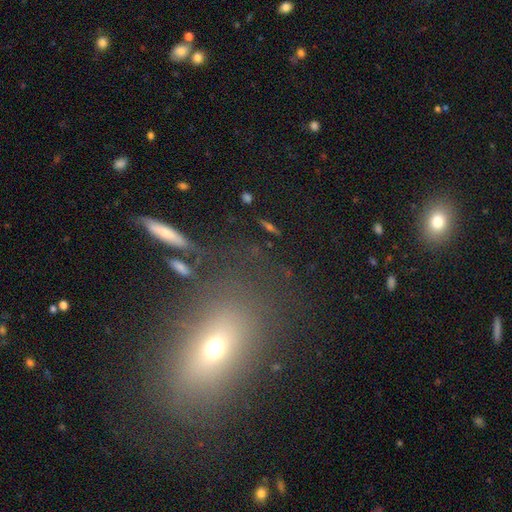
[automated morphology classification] A smooth galaxy with no disk features (49%).

Vote fractions:
- Smooth or featured? smooth: 49% / star or artifact: 30% / featured or disk: 22%
- Merging? none: 79% / minor disturbance: 10% / major disturbance: 6% / merger: 5%